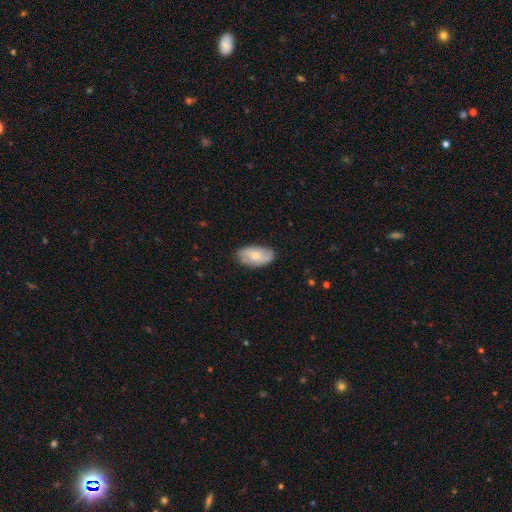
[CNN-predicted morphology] Smooth or featured?
  - smooth: 58% *
  - featured or disk: 36%
  - star or artifact: 6%
How rounded?
  - in between: 92% *
  - round: 5%
  - cigar-shaped: 2%
Merging?
  - none: 80% *
  - minor disturbance: 15%
  - major disturbance: 3%
  - merger: 1%